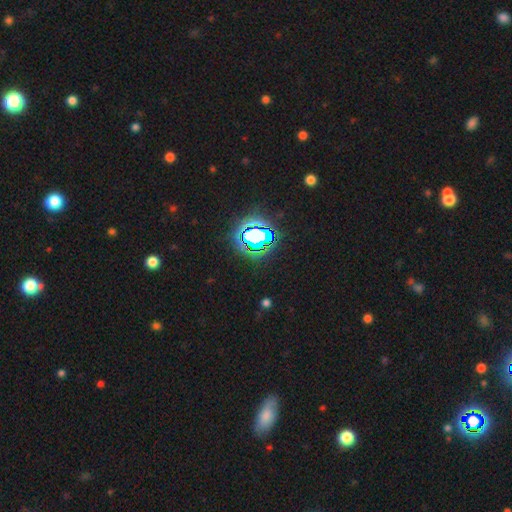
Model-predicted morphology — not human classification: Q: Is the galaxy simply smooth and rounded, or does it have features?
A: star or artifact — 79%.